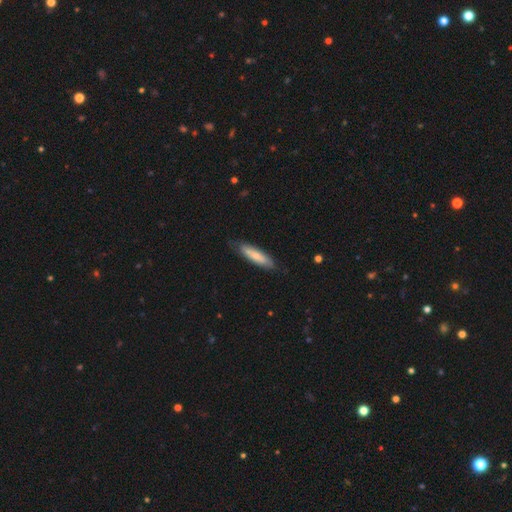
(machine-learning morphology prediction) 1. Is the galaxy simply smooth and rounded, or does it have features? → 73% smooth, 22% featured or disk, 5% star or artifact.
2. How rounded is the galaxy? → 71% cigar-shaped, 27% in between, 1% round.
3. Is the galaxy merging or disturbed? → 78% none, 18% minor disturbance, 3% major disturbance, 1% merger.